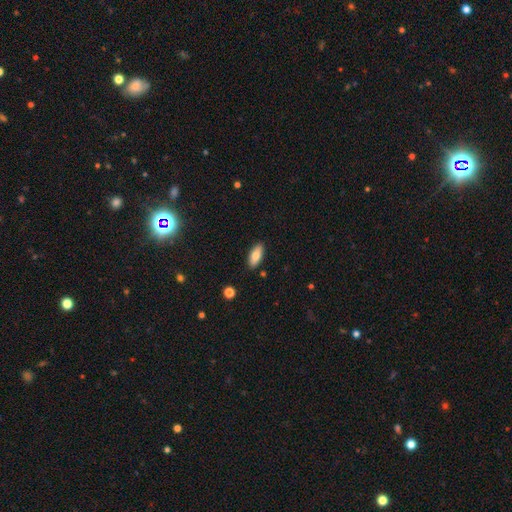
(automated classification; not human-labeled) Overall: smooth (79%). How rounded: in between (80%). Merging: none (88%).